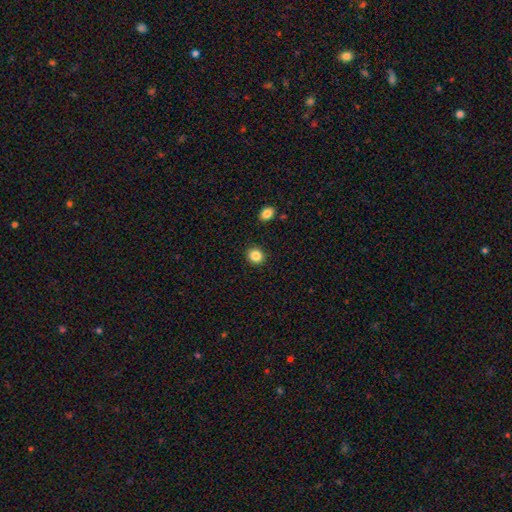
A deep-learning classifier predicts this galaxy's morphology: smooth_or_featured: smooth (p=0.86) [alt: star or artifact p=0.10]
how_rounded: round (p=0.76) [alt: in between p=0.23]
merging: none (p=0.89) [alt: minor disturbance p=0.07]